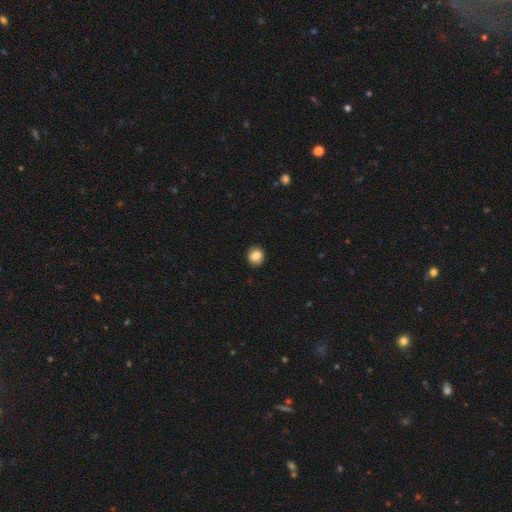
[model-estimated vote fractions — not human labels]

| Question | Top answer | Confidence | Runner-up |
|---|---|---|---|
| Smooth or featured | smooth | 83% | star or artifact (9%) |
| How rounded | round | 79% | in between (20%) |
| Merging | none | 90% | minor disturbance (7%) |